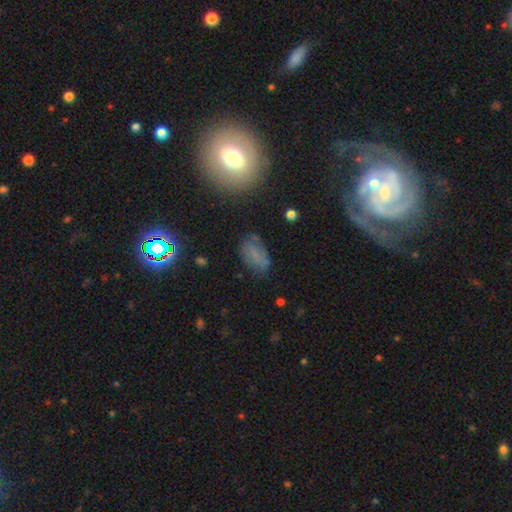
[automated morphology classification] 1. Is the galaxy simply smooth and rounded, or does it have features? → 58% smooth, 24% featured or disk, 19% star or artifact.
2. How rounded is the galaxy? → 89% in between, 8% round, 3% cigar-shaped.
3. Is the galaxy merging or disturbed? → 62% none, 24% minor disturbance, 10% major disturbance, 3% merger.